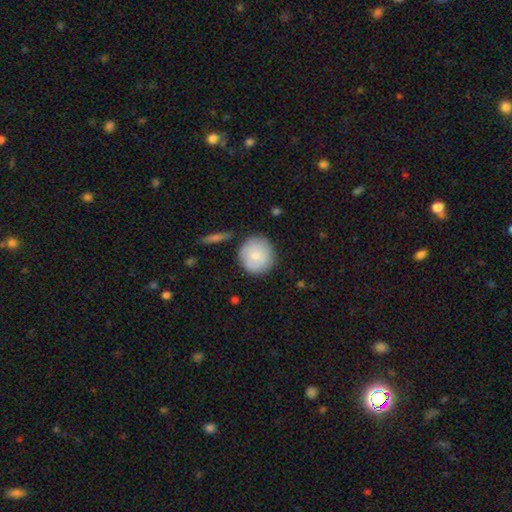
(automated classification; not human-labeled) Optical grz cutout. It shows a smooth galaxy with no disk features (75%) that is round (92%). Merging: none (81%).